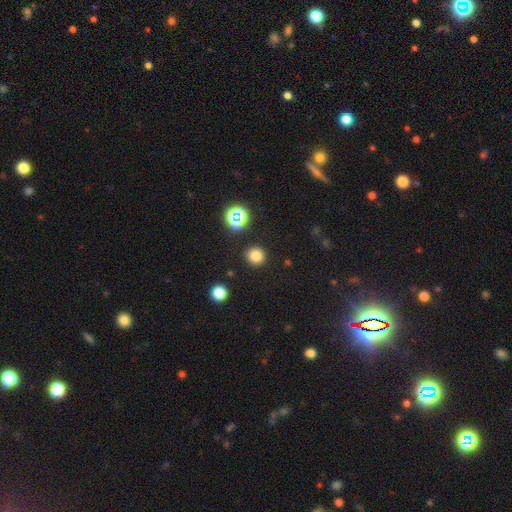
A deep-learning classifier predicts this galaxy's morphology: This is likely a smooth galaxy (77%). How rounded: clearly round (93%). Merging: clearly none (90%).